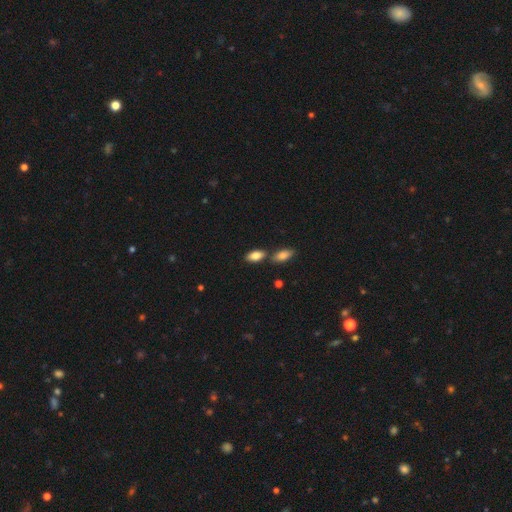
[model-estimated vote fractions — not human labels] The model was most divided on "merging": none: 61%, merger: 24%, minor disturbance: 11%, major disturbance: 3%. More confident: how rounded — in between (90%); smooth or featured — smooth (85%).